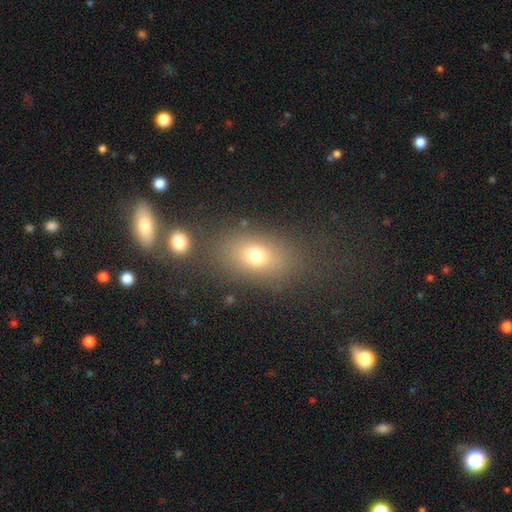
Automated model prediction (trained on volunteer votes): Q: Smooth or featured?
A: smooth (71%); runner-up: star or artifact (15%)
Q: How rounded?
A: in between (74%); runner-up: round (23%)
Q: Merging?
A: none (73%); runner-up: minor disturbance (12%)